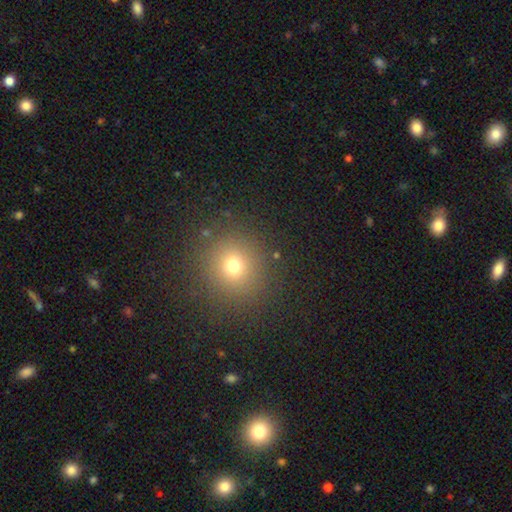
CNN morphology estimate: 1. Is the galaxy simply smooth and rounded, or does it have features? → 64% smooth, 29% star or artifact, 7% featured or disk.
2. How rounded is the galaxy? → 93% round, 6% in between, 1% cigar-shaped.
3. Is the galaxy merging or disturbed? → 91% none, 5% minor disturbance, 2% major disturbance, 1% merger.